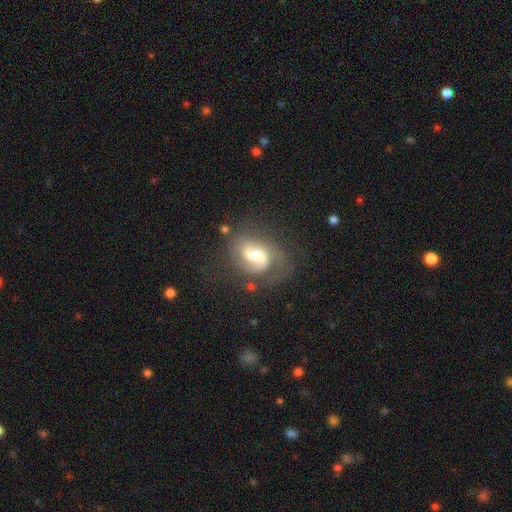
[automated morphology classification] Q: Smooth or featured?
A: featured or disk (61%); runner-up: smooth (30%)
Q: Edge-on disk?
A: no (97%); runner-up: yes (3%)
Q: Bar?
A: no (56%); runner-up: weak (34%)
Q: Spiral arms?
A: yes (74%); runner-up: no (26%)
Q: Bulge size?
A: moderate (39%); runner-up: small (26%)
Q: Merging?
A: none (33%); runner-up: major disturbance (28%)